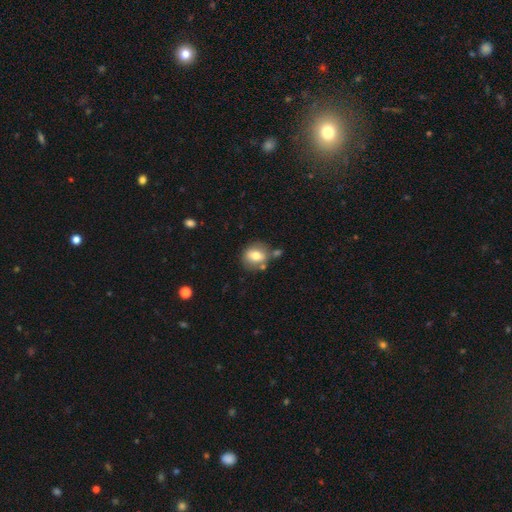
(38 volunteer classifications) Volunteers were most divided on "smooth or featured": smooth: 61%, featured or disk: 34%, star or artifact: 5%. More confident: merging — none (75%); how rounded — round (70%).